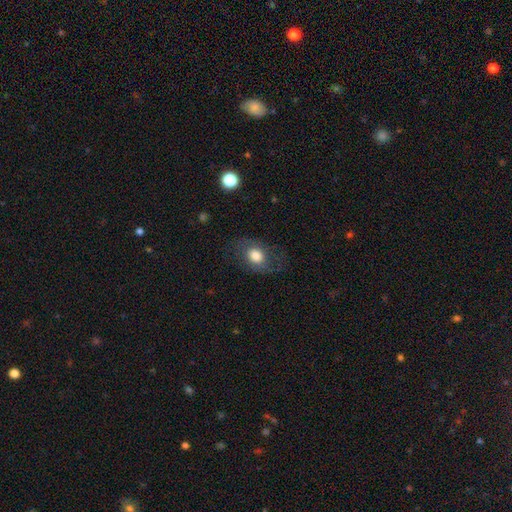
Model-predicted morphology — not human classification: A smooth galaxy with no disk features (67%) that is in between round and cigar-shaped (61%).

Vote fractions:
- Smooth or featured? smooth: 67% / featured or disk: 24% / star or artifact: 9%
- How rounded? in between: 61% / round: 37% / cigar-shaped: 1%
- Merging? none: 69% / minor disturbance: 18% / major disturbance: 12% / merger: 1%